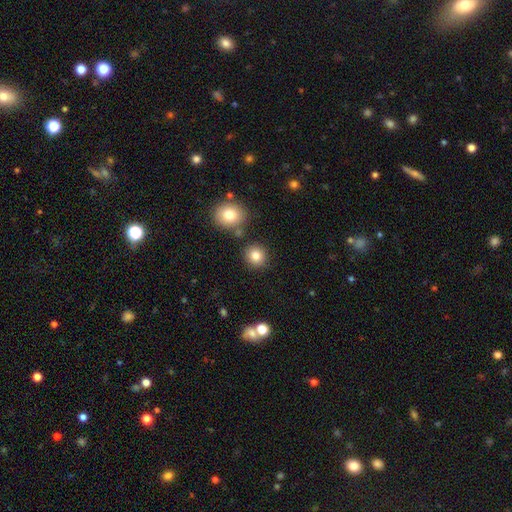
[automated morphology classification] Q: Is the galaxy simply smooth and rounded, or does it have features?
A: smooth — 83%.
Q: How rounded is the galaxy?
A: round — 90%.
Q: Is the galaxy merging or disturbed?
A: none — 85%.